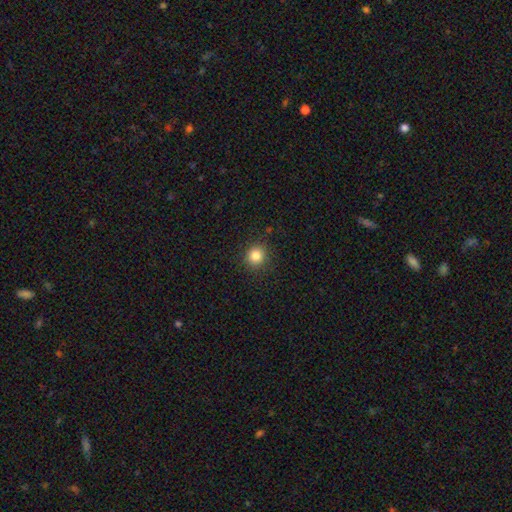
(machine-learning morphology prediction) Smooth or featured?
  - smooth: 83% *
  - star or artifact: 12%
  - featured or disk: 5%
How rounded?
  - round: 90% *
  - in between: 9%
  - cigar-shaped: 1%
Merging?
  - none: 90% *
  - minor disturbance: 7%
  - major disturbance: 2%
  - merger: 1%